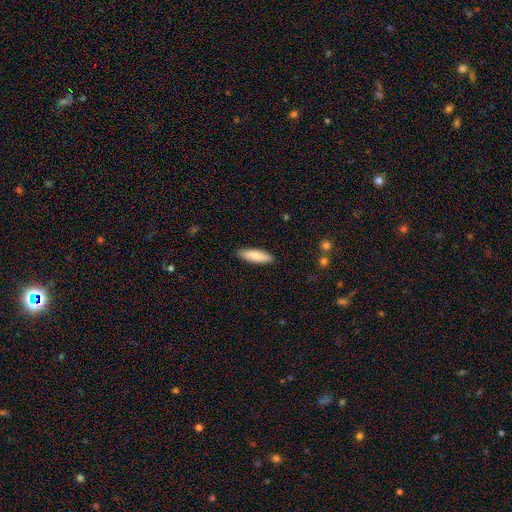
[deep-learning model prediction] smooth_or_featured: smooth (p=0.80) [alt: featured or disk p=0.14]
how_rounded: cigar-shaped (p=0.54) [alt: in between p=0.45]
merging: none (p=0.88) [alt: minor disturbance p=0.09]